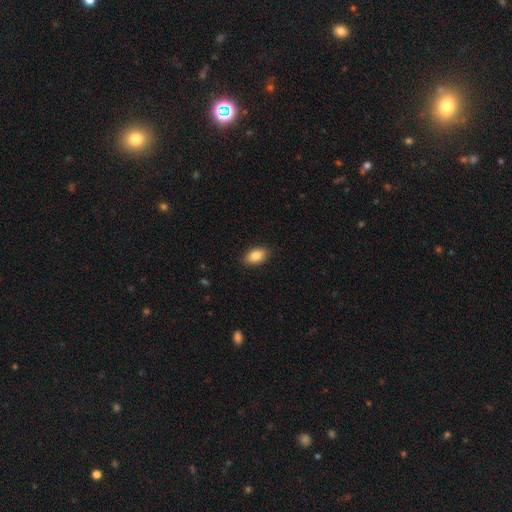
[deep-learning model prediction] Smooth or featured: smooth — 85% (star or artifact — 8%)
How rounded: in between — 90% (round — 8%)
Merging: none — 89% (minor disturbance — 8%)